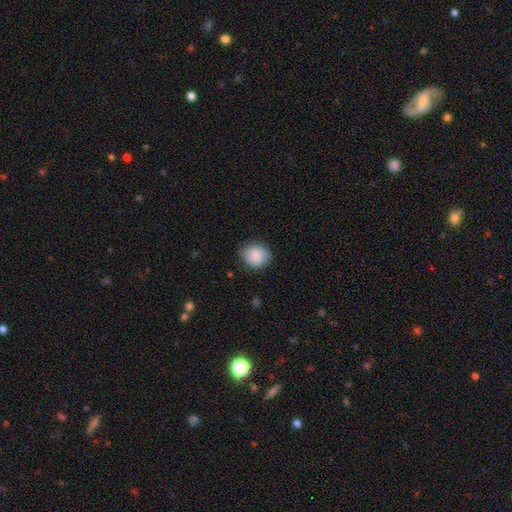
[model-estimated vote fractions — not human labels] Smooth or featured? smooth (85%)
How rounded? round (76%)
Merging? none (75%)